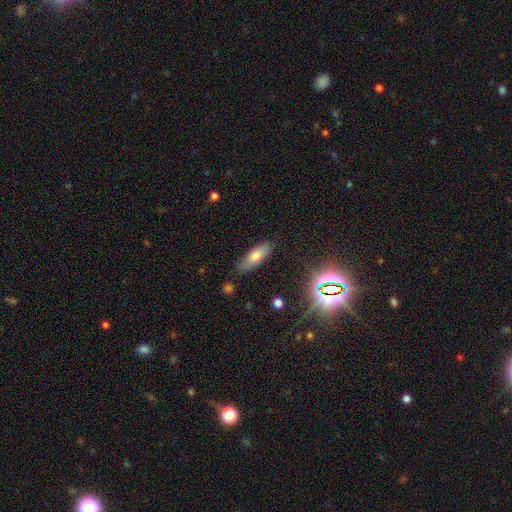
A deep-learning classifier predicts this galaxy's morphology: type=smooth (65%); roundness=in between (63%); merging=none (83%).